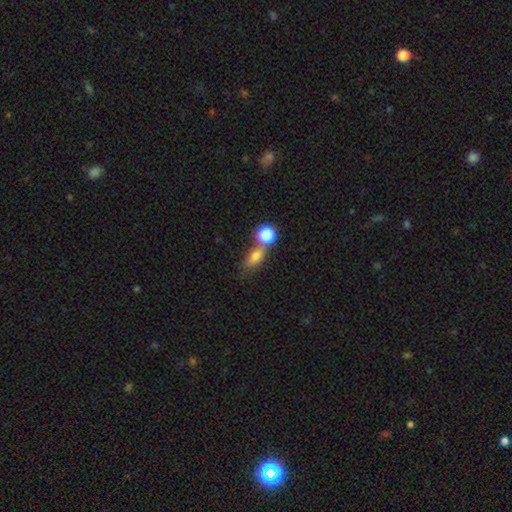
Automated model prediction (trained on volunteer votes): This is likely a smooth galaxy (76%). How rounded: likely in between (64%). Merging: marginally none (41%).